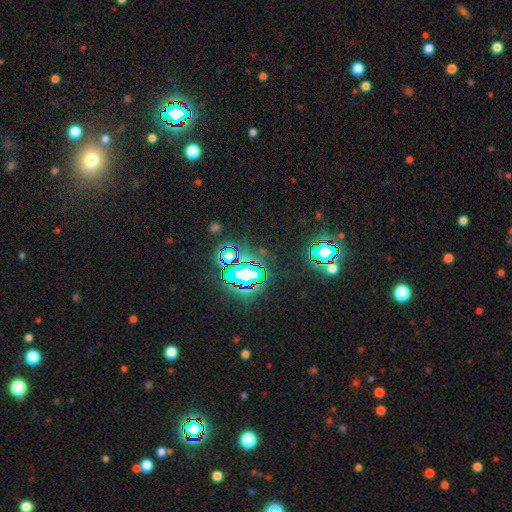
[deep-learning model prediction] Q: Smooth or featured?
A: star or artifact (83%); runner-up: smooth (10%)